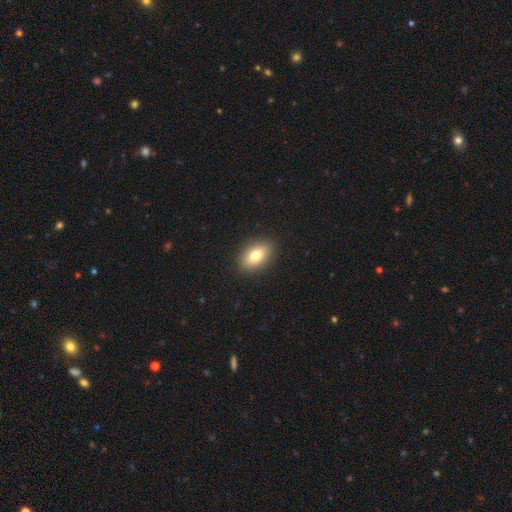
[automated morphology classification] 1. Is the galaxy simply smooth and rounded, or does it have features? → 79% smooth, 13% featured or disk, 9% star or artifact.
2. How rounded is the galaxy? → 87% in between, 11% round, 2% cigar-shaped.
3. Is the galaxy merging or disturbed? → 90% none, 7% minor disturbance, 2% major disturbance, 1% merger.